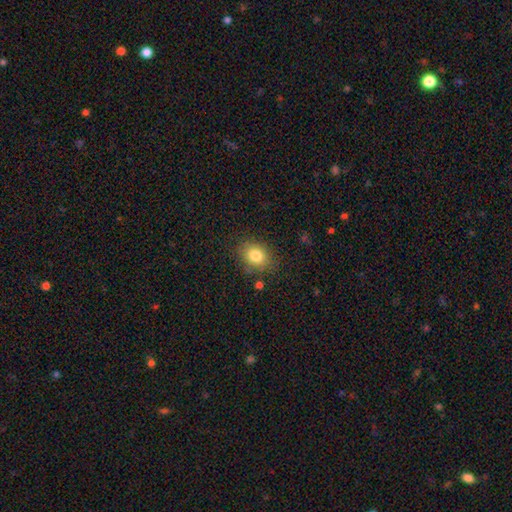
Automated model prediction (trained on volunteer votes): Q: Smooth or featured?
A: smooth (81%); runner-up: star or artifact (10%)
Q: How rounded?
A: round (51%); runner-up: in between (48%)
Q: Merging?
A: none (81%); runner-up: minor disturbance (13%)